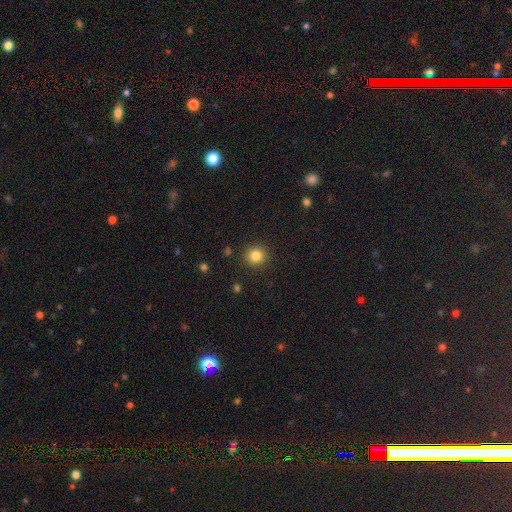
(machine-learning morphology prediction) Q: Smooth or featured?
A: smooth (83%); runner-up: star or artifact (12%)
Q: How rounded?
A: round (93%); runner-up: in between (6%)
Q: Merging?
A: none (91%); runner-up: minor disturbance (6%)